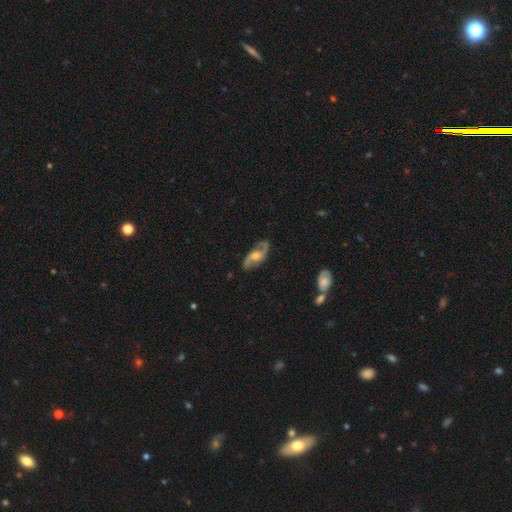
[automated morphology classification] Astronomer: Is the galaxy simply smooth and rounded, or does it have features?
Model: featured or disk — 84%.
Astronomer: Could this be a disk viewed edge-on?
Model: no — 94%.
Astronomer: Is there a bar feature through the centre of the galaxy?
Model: no — 57% (runner-up: weak, 35%).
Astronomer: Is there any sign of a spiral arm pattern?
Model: yes — 95%.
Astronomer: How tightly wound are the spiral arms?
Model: loose — 52% (runner-up: medium, 38%).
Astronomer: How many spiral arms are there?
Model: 2 — 92%.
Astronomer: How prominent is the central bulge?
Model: moderate — 63%.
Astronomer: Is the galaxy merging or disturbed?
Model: none — 80%.